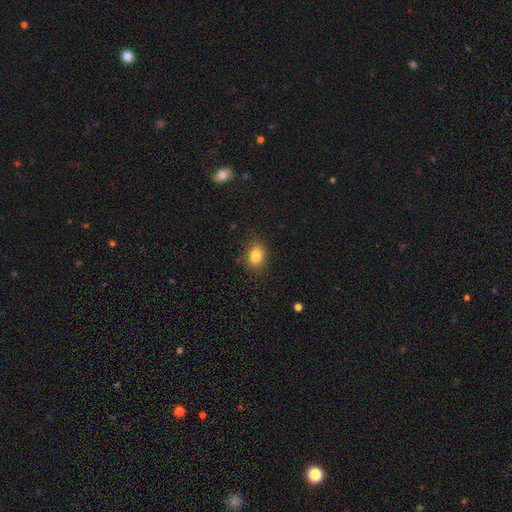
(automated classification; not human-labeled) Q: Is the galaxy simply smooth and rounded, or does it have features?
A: smooth — 82%.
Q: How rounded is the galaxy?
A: in between — 60%.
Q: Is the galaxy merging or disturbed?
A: none — 86%.